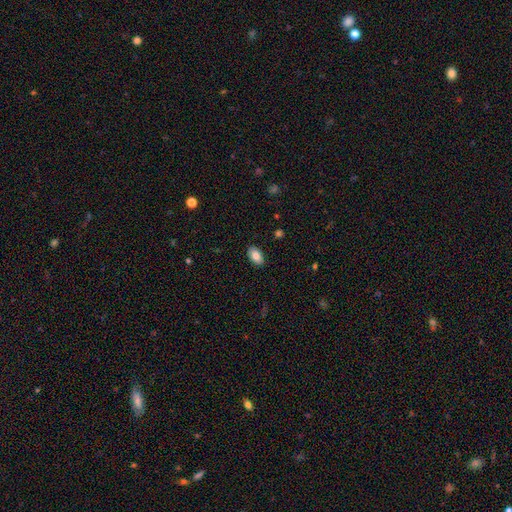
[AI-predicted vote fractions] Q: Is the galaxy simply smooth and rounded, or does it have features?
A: smooth — 84%.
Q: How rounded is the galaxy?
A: in between — 93%.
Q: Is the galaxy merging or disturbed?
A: none — 89%.